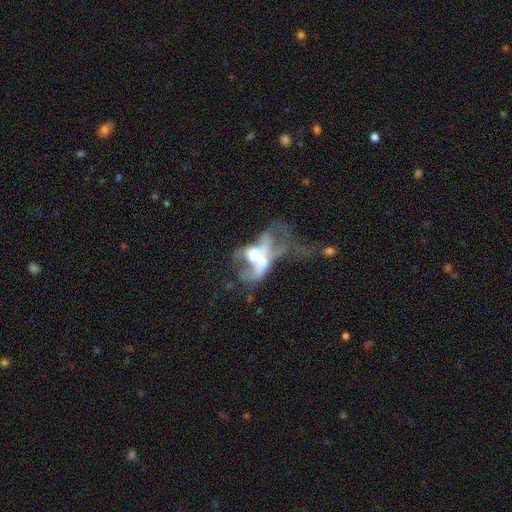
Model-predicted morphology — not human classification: Q: Smooth or featured?
A: featured or disk (63%); runner-up: smooth (26%)
Q: Edge-on disk?
A: no (94%); runner-up: yes (6%)
Q: Bar?
A: no (79%); runner-up: weak (15%)
Q: Spiral arms?
A: no (75%); runner-up: yes (25%)
Q: Bulge size?
A: moderate (46%); runner-up: large (27%)
Q: Merging?
A: merger (59%); runner-up: major disturbance (28%)